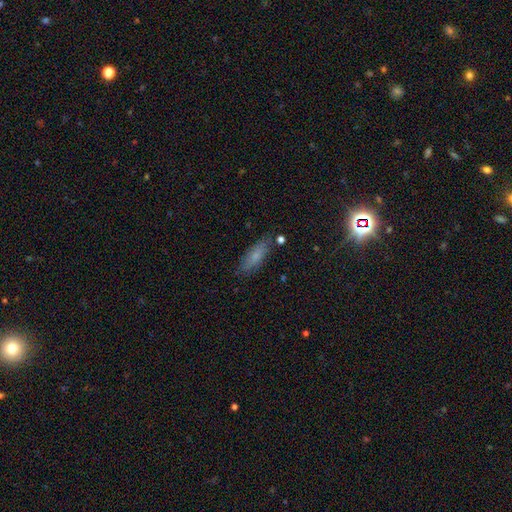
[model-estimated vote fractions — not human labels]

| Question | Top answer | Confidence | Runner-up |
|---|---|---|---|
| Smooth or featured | smooth | 68% | featured or disk (21%) |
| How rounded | in between | 49% | cigar-shaped (48%) |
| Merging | none | 80% | minor disturbance (14%) |